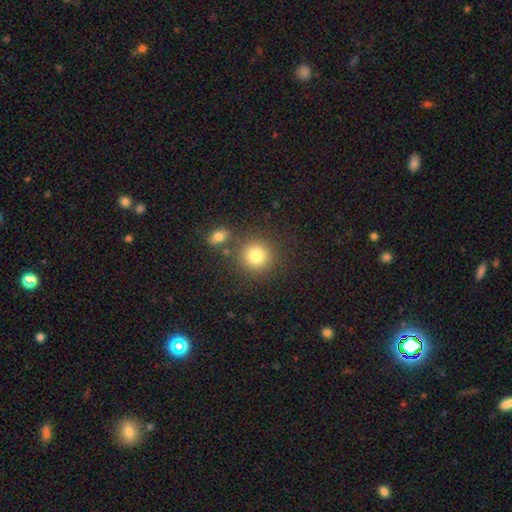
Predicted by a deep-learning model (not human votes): Smooth or featured? smooth (82%)
How rounded? round (91%)
Merging? none (79%)